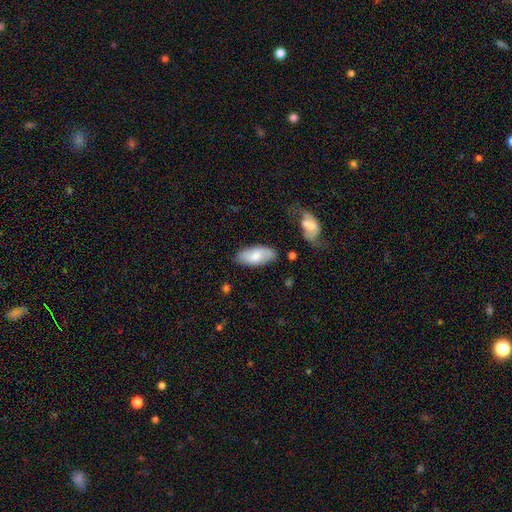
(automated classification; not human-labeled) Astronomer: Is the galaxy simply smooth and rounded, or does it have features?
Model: smooth — 74%.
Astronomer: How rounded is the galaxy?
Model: in between — 88%.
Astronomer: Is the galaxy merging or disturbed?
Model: none — 79%.